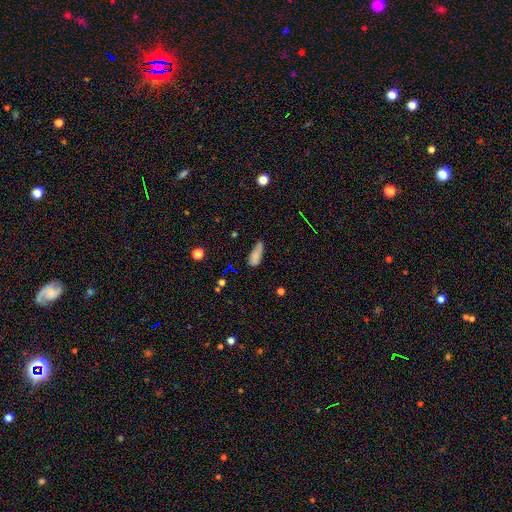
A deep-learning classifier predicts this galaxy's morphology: smooth_or_featured: smooth (p=0.77) [alt: featured or disk p=0.13]
how_rounded: in between (p=0.74) [alt: cigar-shaped p=0.23]
merging: none (p=0.45) [alt: minor disturbance p=0.38]